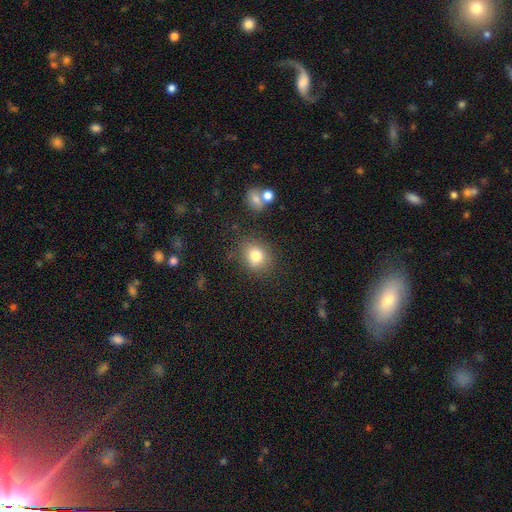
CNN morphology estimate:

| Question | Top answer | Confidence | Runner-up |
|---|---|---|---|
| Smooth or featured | smooth | 80% | star or artifact (11%) |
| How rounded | round | 61% | in between (38%) |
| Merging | none | 78% | minor disturbance (14%) |